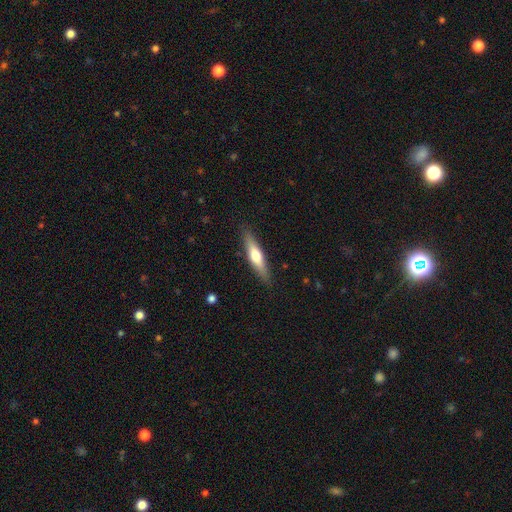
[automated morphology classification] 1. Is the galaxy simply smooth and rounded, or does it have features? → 50% smooth, 45% featured or disk, 6% star or artifact.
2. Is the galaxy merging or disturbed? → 88% none, 9% minor disturbance, 2% major disturbance, 1% merger.